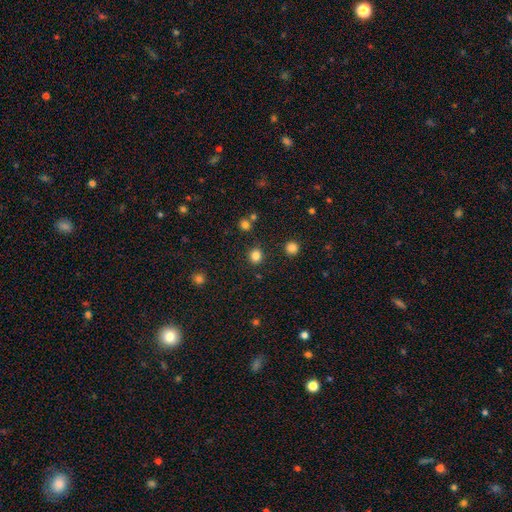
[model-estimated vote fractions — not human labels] Smooth or featured? Predicted: smooth (p=0.82). How rounded? Predicted: round (p=0.87). Merging? Predicted: none (p=0.89).